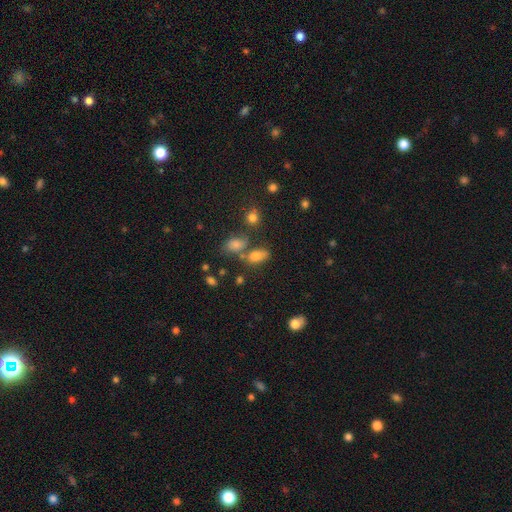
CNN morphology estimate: A smooth galaxy with no disk features (71%) that is in between round and cigar-shaped (83%).

Vote fractions:
- Smooth or featured? smooth: 71% / star or artifact: 16% / featured or disk: 13%
- How rounded? in between: 83% / round: 10% / cigar-shaped: 6%
- Merging? none: 51% / merger: 25% / minor disturbance: 16% / major disturbance: 8%